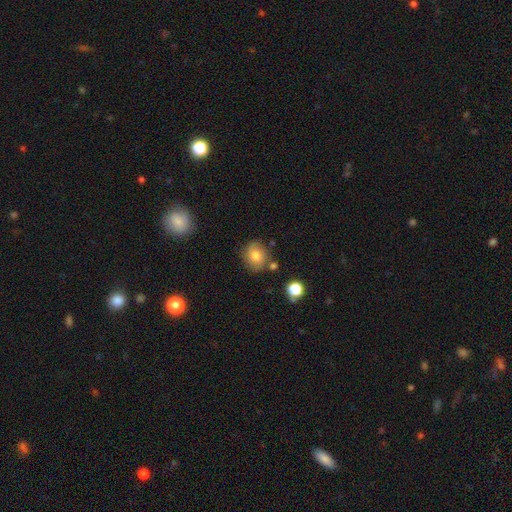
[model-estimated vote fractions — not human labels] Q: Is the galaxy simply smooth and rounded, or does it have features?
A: smooth — 74%.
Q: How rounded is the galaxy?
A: round — 75%.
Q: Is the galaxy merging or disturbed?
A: none — 75%.